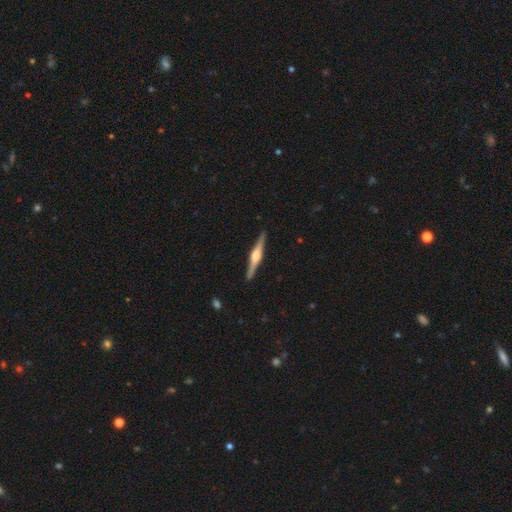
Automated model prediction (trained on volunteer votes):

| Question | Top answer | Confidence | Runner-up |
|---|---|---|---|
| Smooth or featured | featured or disk | 82% | smooth (13%) |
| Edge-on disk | yes | 98% | no (2%) |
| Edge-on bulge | rounded | 80% | boxy (16%) |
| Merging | none | 91% | minor disturbance (6%) |